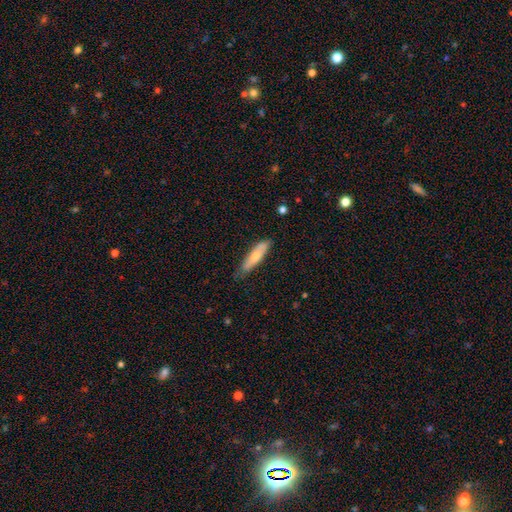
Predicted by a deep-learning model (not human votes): Smooth or featured: smooth — 65% (featured or disk — 29%)
How rounded: cigar-shaped — 70% (in between — 29%)
Merging: none — 73% (minor disturbance — 22%)